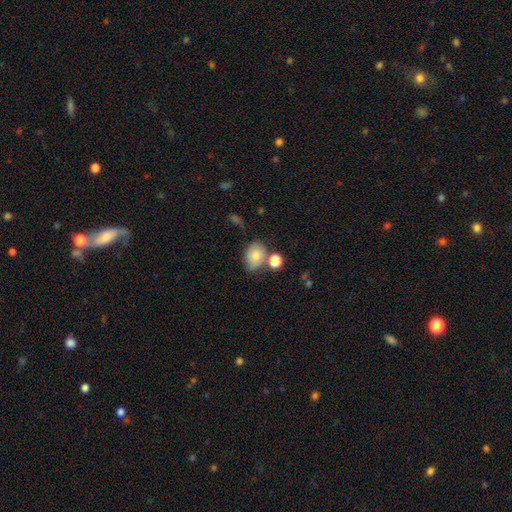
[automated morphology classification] Overall: smooth (77%). How rounded: in between (67%; round 32%). Merging: none (53%; minor disturbance 21%).